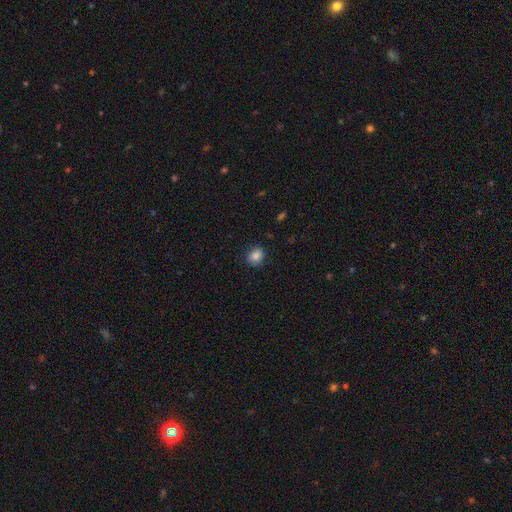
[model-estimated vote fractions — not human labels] This is clearly a smooth galaxy (84%). How rounded: likely round (66%). Merging: clearly none (85%).